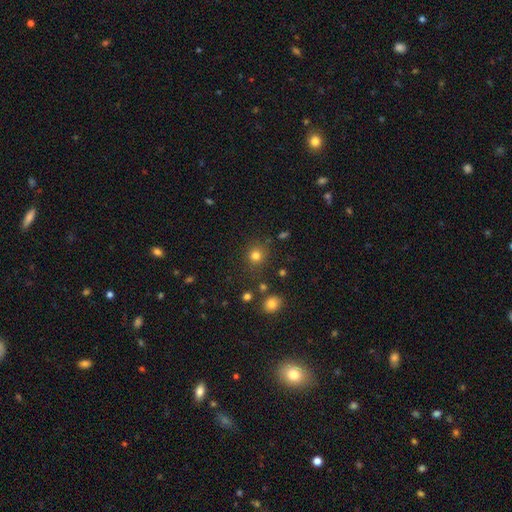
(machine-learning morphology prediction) The model was most divided on "smooth or featured": smooth: 79%, star or artifact: 15%, featured or disk: 6%. More confident: how rounded — round (89%); merging — none (84%).